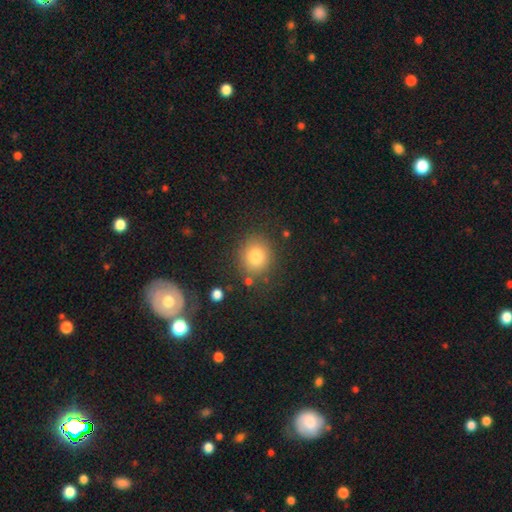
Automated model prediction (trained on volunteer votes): Smooth or featured? Predicted: smooth (p=0.79). How rounded? Predicted: round (p=0.81). Merging? Predicted: none (p=0.83).